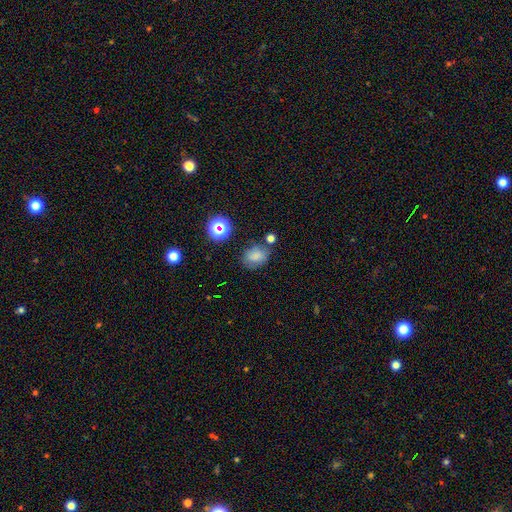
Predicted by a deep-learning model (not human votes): The model was most divided on "how rounded": in between: 50%, round: 49%, cigar-shaped: 1%. More confident: smooth or featured — smooth (73%); merging — none (66%).